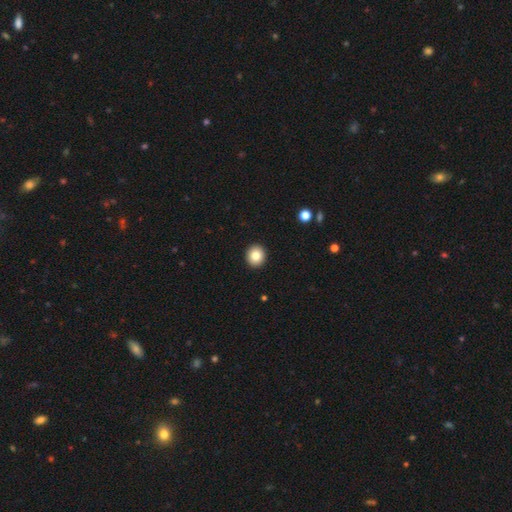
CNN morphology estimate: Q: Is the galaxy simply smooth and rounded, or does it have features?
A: smooth — 83%.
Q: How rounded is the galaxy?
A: round — 82%.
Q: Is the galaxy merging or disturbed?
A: none — 93%.